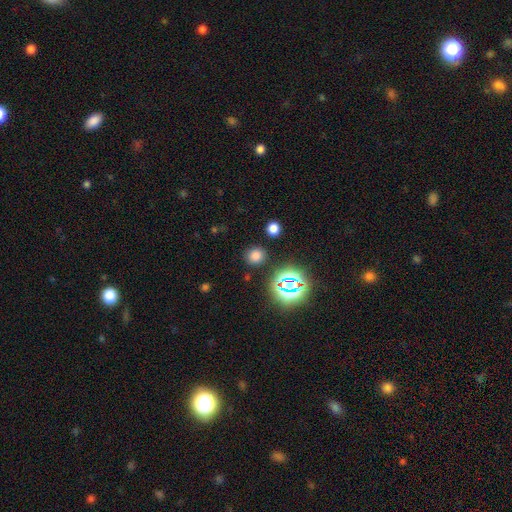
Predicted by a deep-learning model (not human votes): Smooth or featured? Predicted: smooth (p=0.70). How rounded? Predicted: round (p=0.76). Merging? Predicted: none (p=0.85).